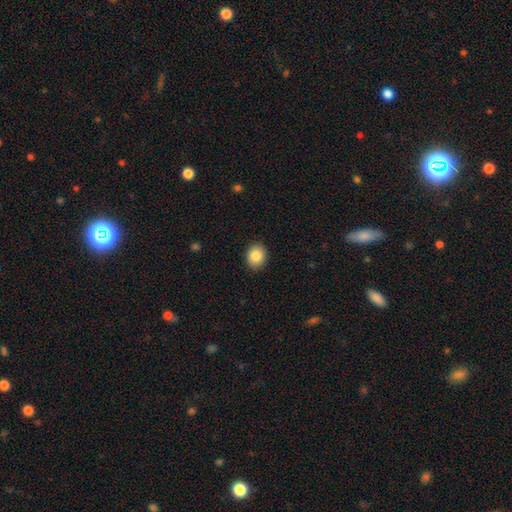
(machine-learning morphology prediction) Smooth or featured? Predicted: smooth (p=0.86). How rounded? Predicted: round (p=0.57). Merging? Predicted: none (p=0.90).